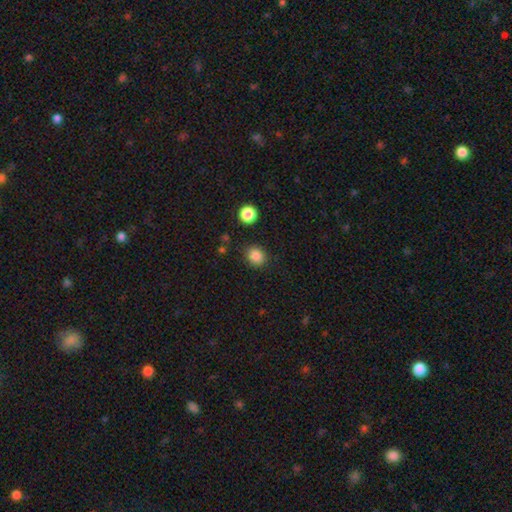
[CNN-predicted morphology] Overall: smooth (85%). How rounded: round (73%). Merging: none (86%).